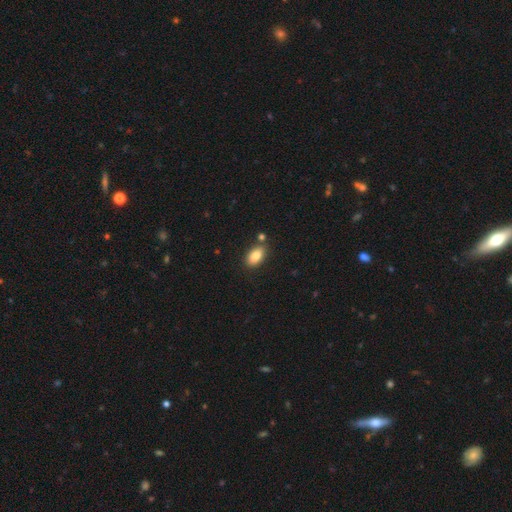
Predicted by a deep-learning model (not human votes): A smooth galaxy with no disk features (85%) that is in between round and cigar-shaped (91%).

Vote fractions:
- Smooth or featured? smooth: 85% / star or artifact: 8% / featured or disk: 8%
- How rounded? in between: 91% / round: 5% / cigar-shaped: 3%
- Merging? none: 78% / minor disturbance: 12% / merger: 8% / major disturbance: 3%